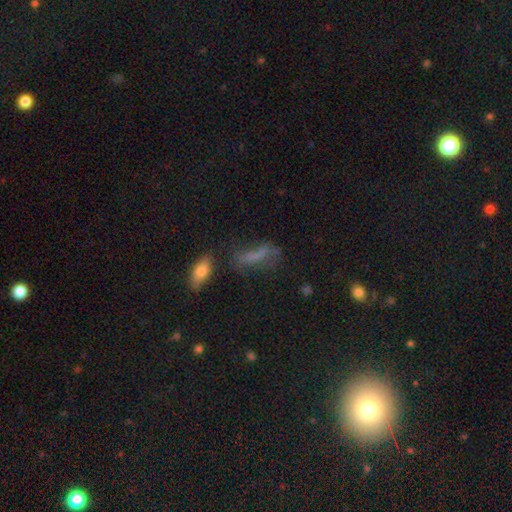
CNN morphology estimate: The model was most divided on "how rounded": in between: 48%, cigar-shaped: 46%, round: 6%. Remaining: smooth or featured — smooth (54%); merging — none (46%).